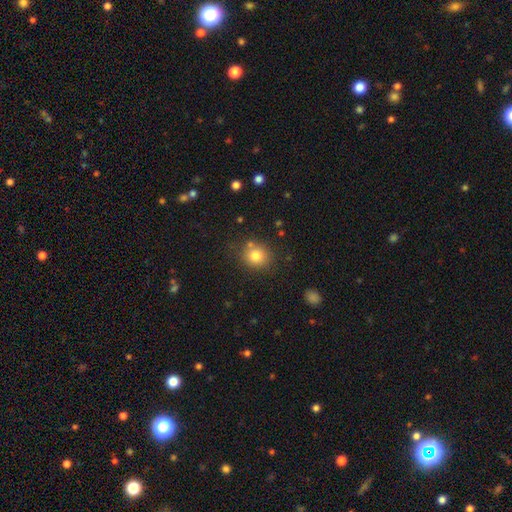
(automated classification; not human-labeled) Morphology: type=smooth (80%); roundness=round (81%); merging=none (77%).